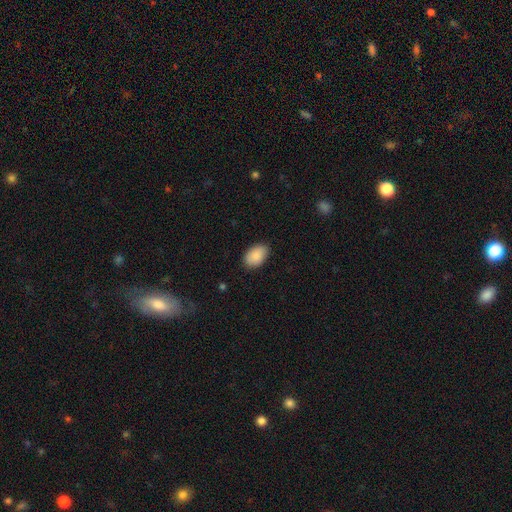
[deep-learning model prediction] Overall: smooth (87%). How rounded: in between (89%). Merging: none (83%).